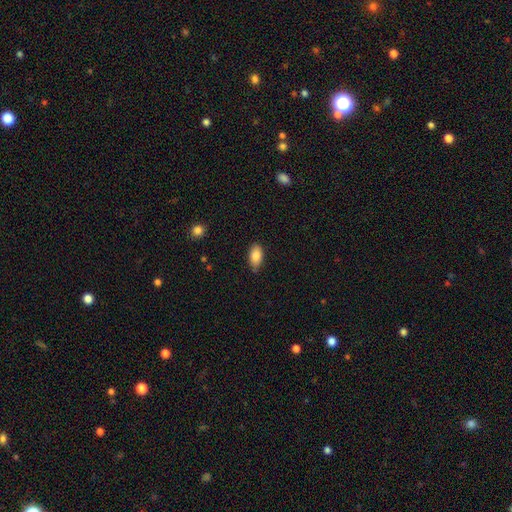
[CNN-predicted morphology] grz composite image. It shows a smooth galaxy with no disk features (85%) that is in between round and cigar-shaped (93%). Merging: none (80%).